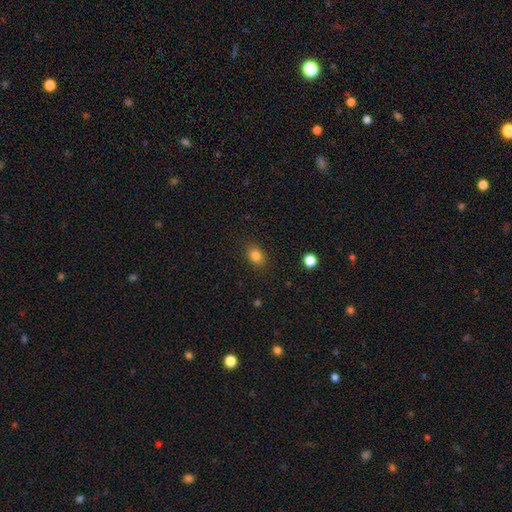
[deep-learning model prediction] smooth 84%, star or artifact 10%, featured or disk 5%. Down the decision tree: how rounded — in between (67%); merging — none (86%).